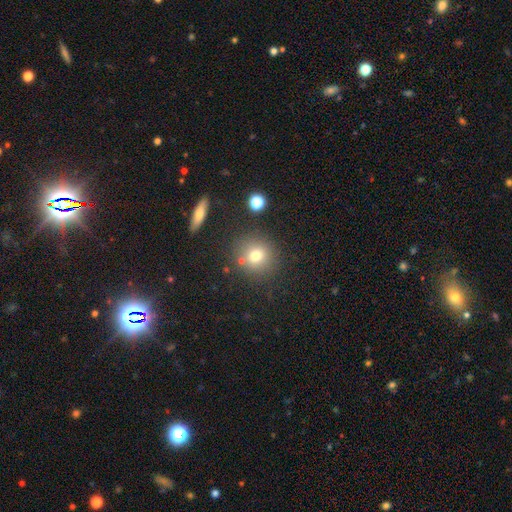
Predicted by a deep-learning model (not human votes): smooth_or_featured: smooth (p=0.73) [alt: star or artifact p=0.15]
how_rounded: round (p=0.88) [alt: in between p=0.10]
merging: none (p=0.78) [alt: minor disturbance p=0.10]